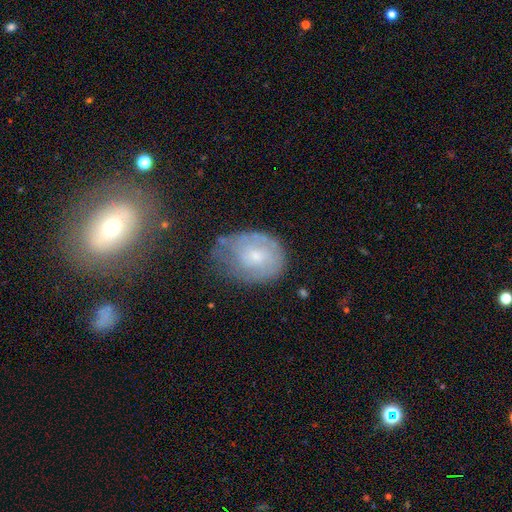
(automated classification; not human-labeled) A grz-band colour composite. It shows a featured or disk galaxy (49%). Merging: none (49%).